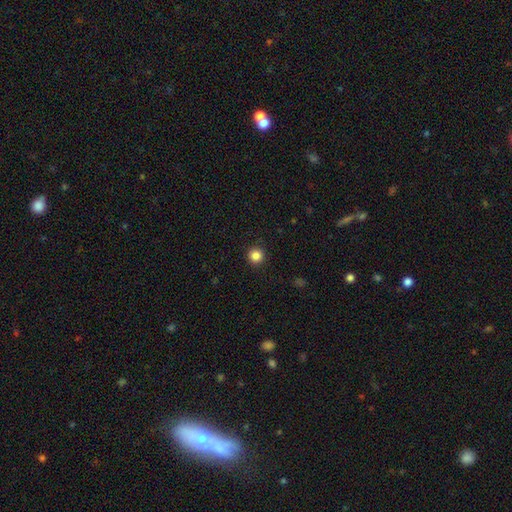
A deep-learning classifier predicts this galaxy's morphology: This is clearly a smooth galaxy (85%). How rounded: clearly round (95%). Merging: clearly none (93%).